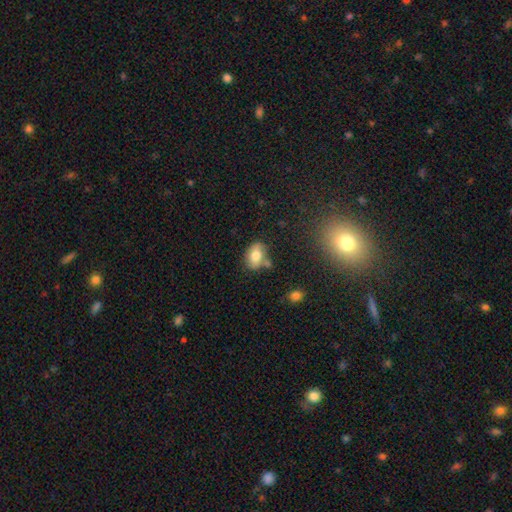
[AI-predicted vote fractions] Smooth or featured: smooth — 74% (featured or disk — 17%)
How rounded: in between — 83% (round — 16%)
Merging: none — 61% (minor disturbance — 19%)